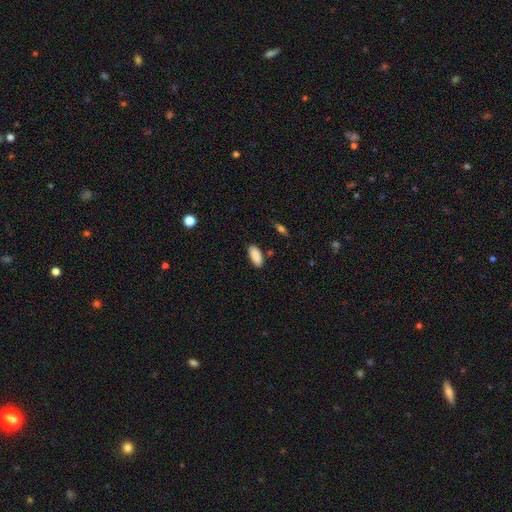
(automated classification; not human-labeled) The model was most divided on "how rounded": in between: 85%, cigar-shaped: 13%, round: 2%. More confident: smooth or featured — smooth (89%); merging — none (85%).